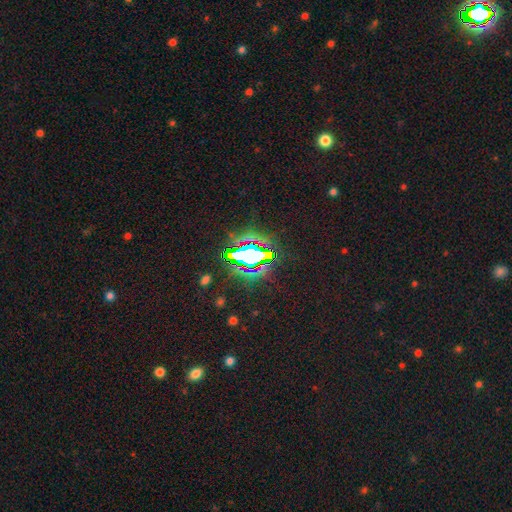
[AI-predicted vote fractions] A star or artifact, not a galaxy (71%).